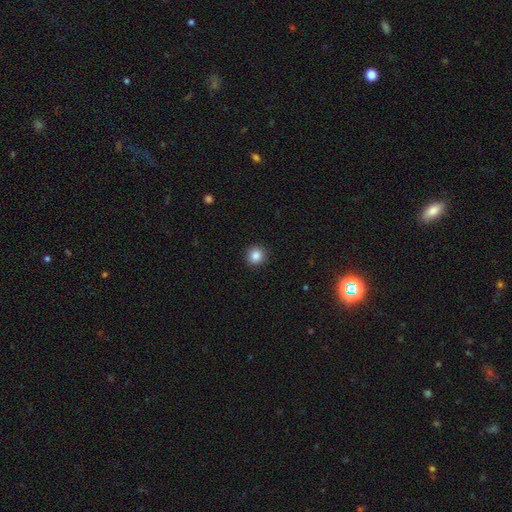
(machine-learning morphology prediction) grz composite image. It shows a smooth galaxy with no disk features (86%) that is round (93%). Merging: none (92%).